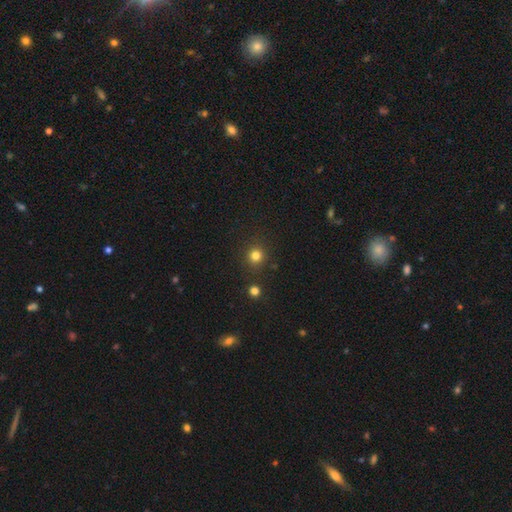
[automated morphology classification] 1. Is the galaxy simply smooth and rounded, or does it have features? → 80% smooth, 15% star or artifact, 5% featured or disk.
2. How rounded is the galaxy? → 92% round, 7% in between, 1% cigar-shaped.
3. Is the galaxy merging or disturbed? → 87% none, 7% minor disturbance, 3% merger, 3% major disturbance.